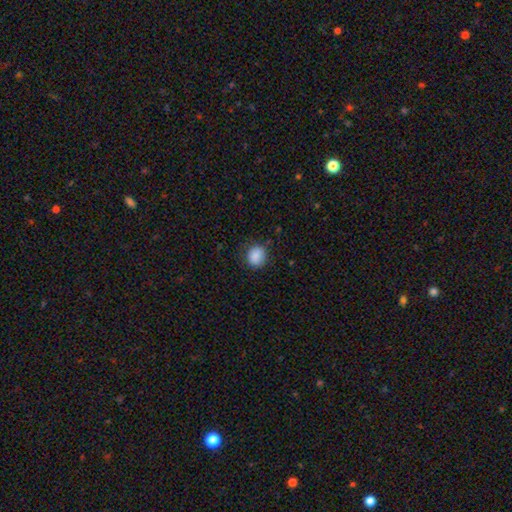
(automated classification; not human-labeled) The model was most divided on "how rounded": round: 68%, in between: 32%, cigar-shaped: 1%. More confident: smooth or featured — smooth (88%); merging — none (81%).